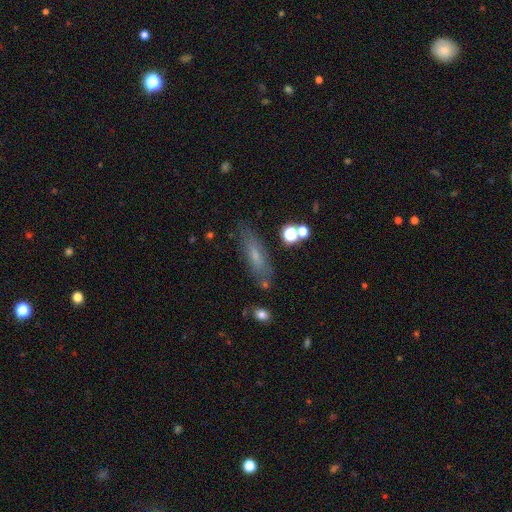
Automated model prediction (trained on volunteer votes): Smooth or featured? Predicted: smooth (p=0.55). How rounded? Predicted: cigar-shaped (p=0.59). Merging? Predicted: none (p=0.76).